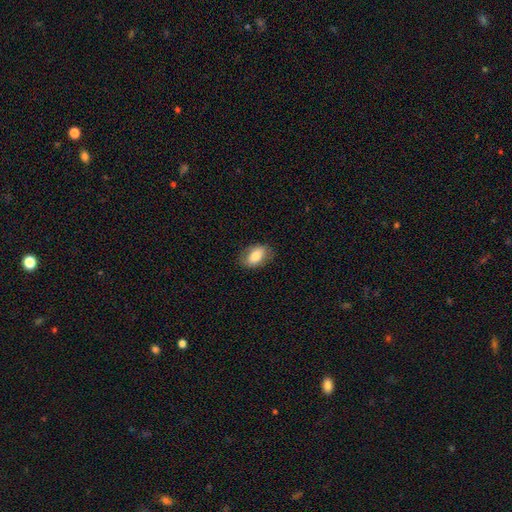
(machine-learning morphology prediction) Smooth or featured: smooth — 76% (featured or disk — 17%)
How rounded: in between — 88% (round — 11%)
Merging: none — 80% (minor disturbance — 15%)